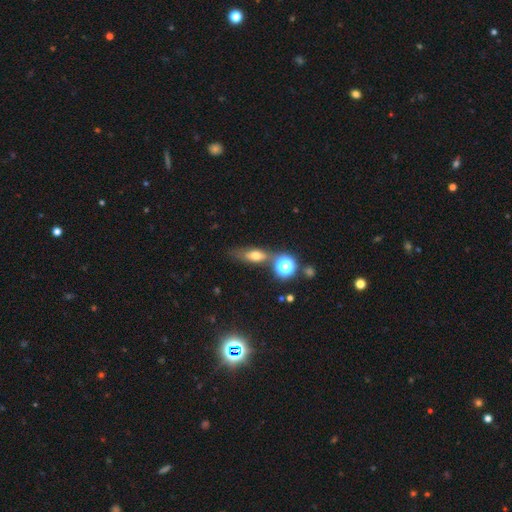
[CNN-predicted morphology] Overall: smooth (57%; featured or disk 26%). How rounded: in between (54%; cigar-shaped 30%). Merging: none (60%).